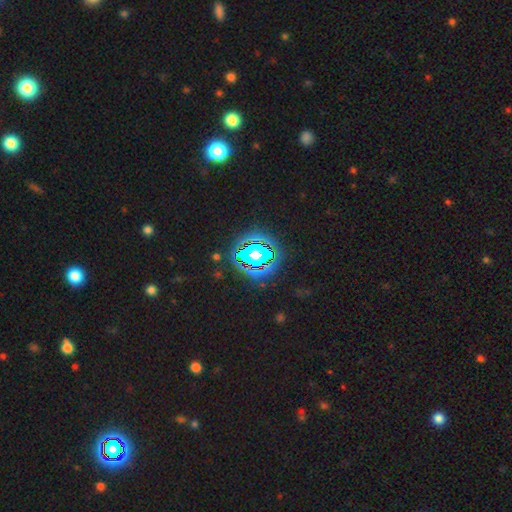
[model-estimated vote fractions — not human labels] Smooth or featured: star or artifact — 57% (smooth — 24%)